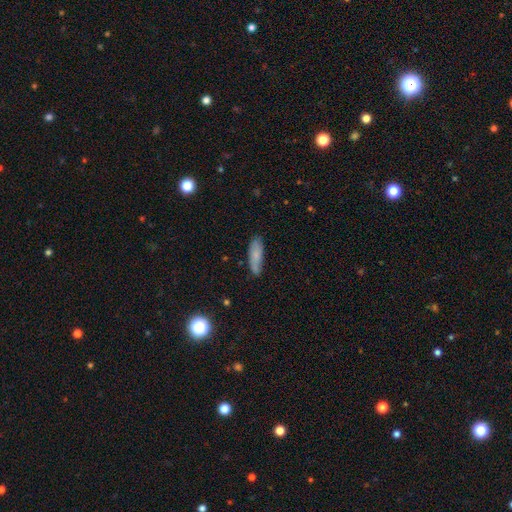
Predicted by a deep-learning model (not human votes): Smooth or featured? smooth (77%)
How rounded? in between (50%)
Merging? none (71%)